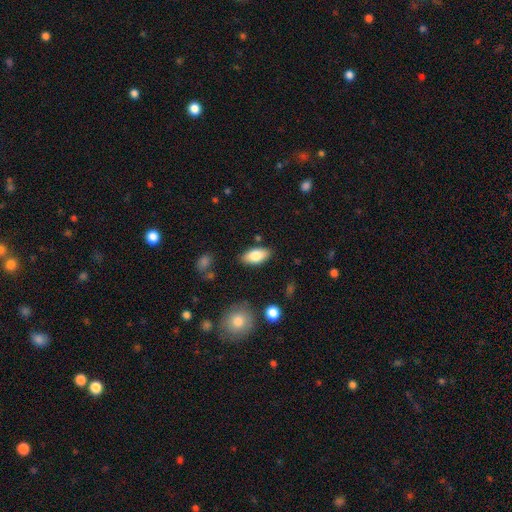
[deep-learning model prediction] This is clearly a smooth galaxy (81%). How rounded: clearly in between (92%). Merging: clearly none (85%).